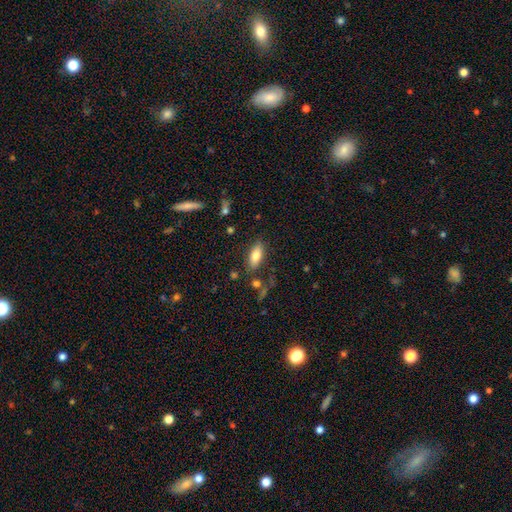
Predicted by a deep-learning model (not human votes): This is likely a smooth galaxy (78%). How rounded: likely in between (80%). Merging: clearly none (82%).